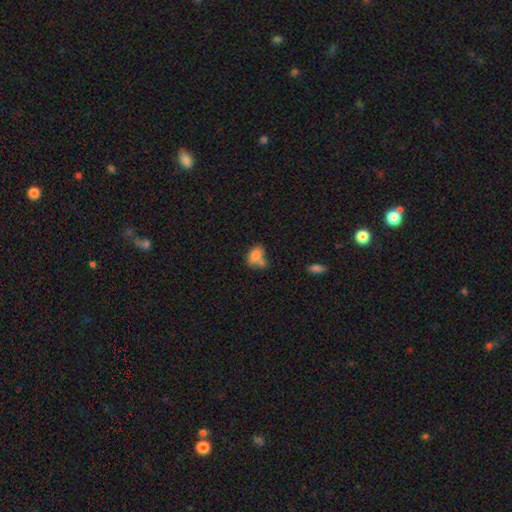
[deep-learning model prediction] Smooth or featured? smooth (78%)
How rounded? in between (76%)
Merging? merger (39%)